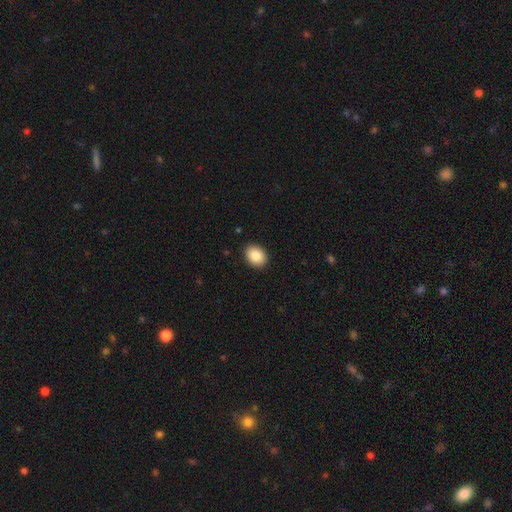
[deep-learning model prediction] Smooth or featured?
  - smooth: 87% *
  - star or artifact: 8%
  - featured or disk: 6%
How rounded?
  - in between: 65% *
  - round: 34%
  - cigar-shaped: 1%
Merging?
  - none: 91% *
  - minor disturbance: 7%
  - major disturbance: 2%
  - merger: 1%